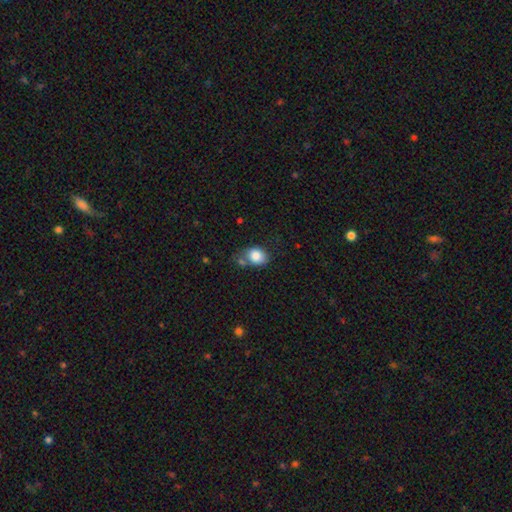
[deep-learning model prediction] Smooth or featured?
  - smooth: 83% *
  - star or artifact: 9%
  - featured or disk: 8%
How rounded?
  - in between: 52% *
  - round: 47%
  - cigar-shaped: 1%
Merging?
  - none: 55% *
  - minor disturbance: 21%
  - merger: 17%
  - major disturbance: 7%